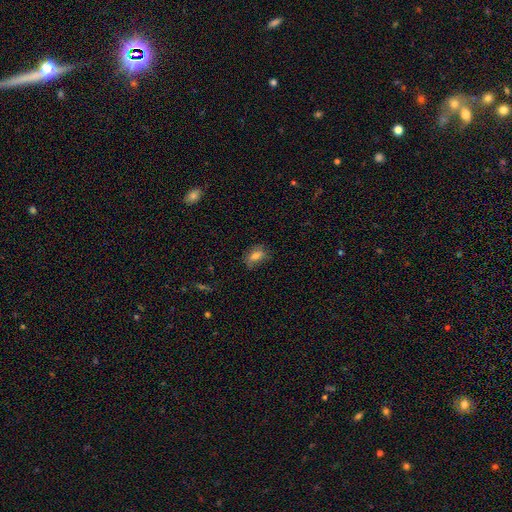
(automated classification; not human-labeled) Smooth or featured? Predicted: smooth (p=0.72). How rounded? Predicted: in between (p=0.79). Merging? Predicted: none (p=0.68).